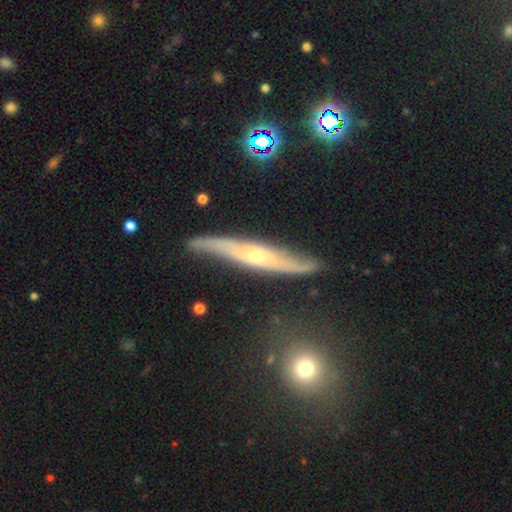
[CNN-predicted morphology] Smooth or featured? Predicted: featured or disk (p=0.76). Edge-on disk? Predicted: yes (p=0.62). Merging? Predicted: none (p=0.73).